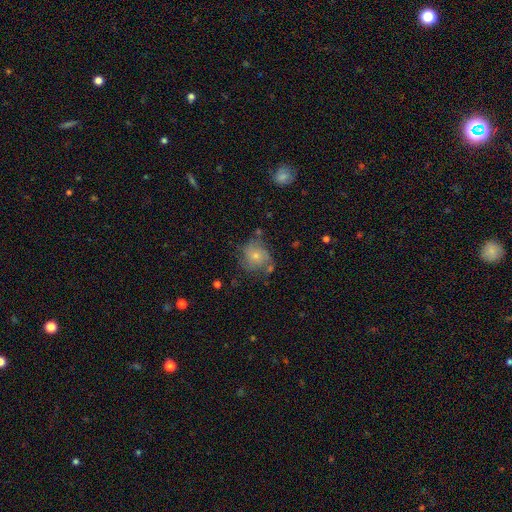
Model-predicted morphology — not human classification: Smooth or featured: smooth — 55% (featured or disk — 35%)
How rounded: round — 76% (in between — 23%)
Merging: none — 55% (minor disturbance — 26%)